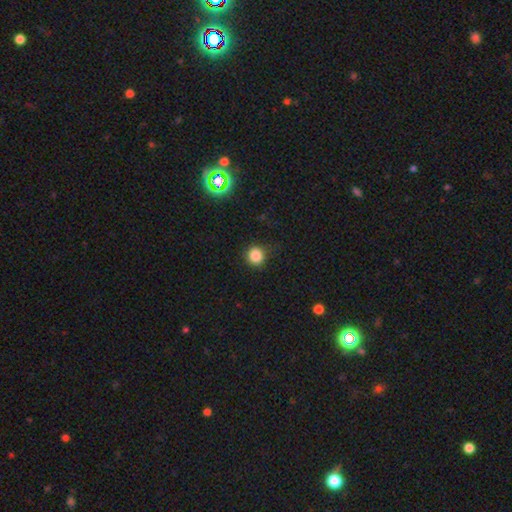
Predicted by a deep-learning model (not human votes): smooth_or_featured: smooth (p=0.84) [alt: star or artifact p=0.12]
how_rounded: round (p=0.89) [alt: in between p=0.10]
merging: none (p=0.80) [alt: minor disturbance p=0.14]